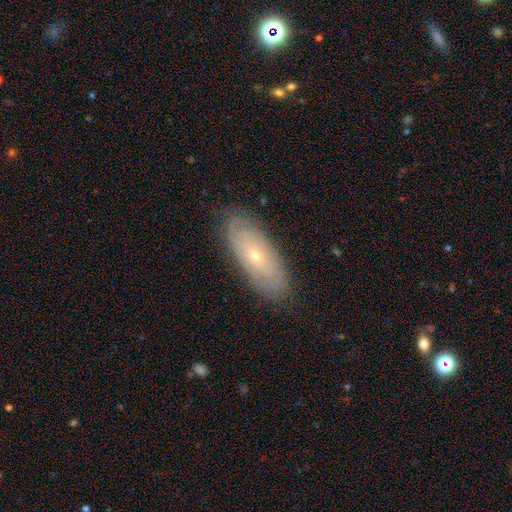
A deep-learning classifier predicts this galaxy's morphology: Overall: featured or disk (65%; smooth 28%). Edge-on disk: no (86%). Bar: no (83%). Spiral arms: yes (70%; no 30%). Bulge size: small (71%). Merging: none (82%).